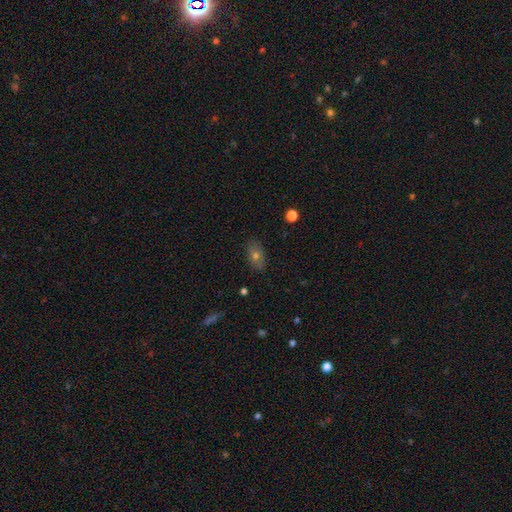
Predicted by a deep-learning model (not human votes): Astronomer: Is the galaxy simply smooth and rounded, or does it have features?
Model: smooth — 65%.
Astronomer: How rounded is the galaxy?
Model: in between — 85%.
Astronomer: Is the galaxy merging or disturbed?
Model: none — 85%.